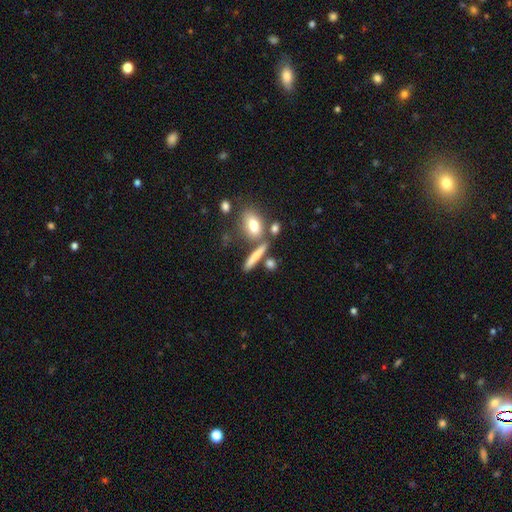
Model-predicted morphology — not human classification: type=smooth (69%); roundness=cigar-shaped (74%); merging=none (67%).